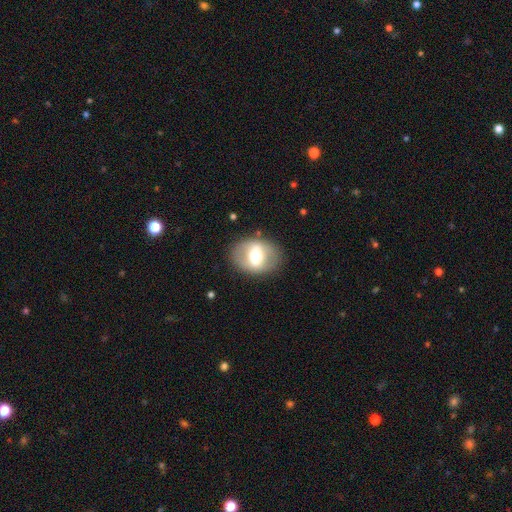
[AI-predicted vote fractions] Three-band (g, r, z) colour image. It shows a featured or disk galaxy (49%). Merging: none (82%).